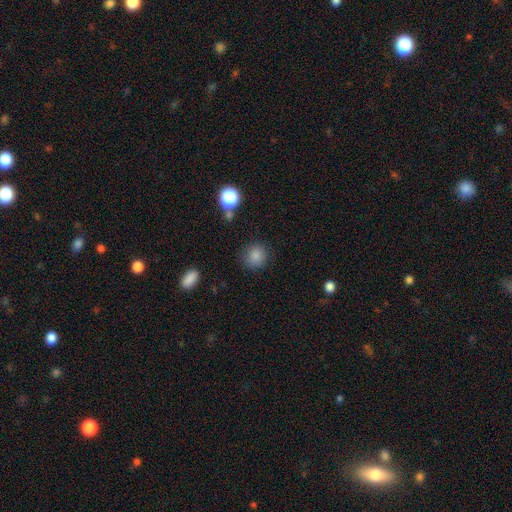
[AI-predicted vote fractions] smooth_or_featured: smooth (p=0.84) [alt: star or artifact p=0.11]
how_rounded: round (p=0.89) [alt: in between p=0.10]
merging: none (p=0.85) [alt: minor disturbance p=0.09]